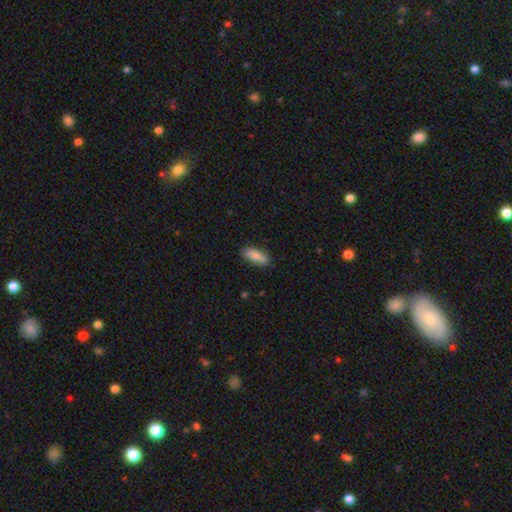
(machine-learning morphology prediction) This is clearly a smooth galaxy (84%). How rounded: likely in between (74%). Merging: likely none (79%).